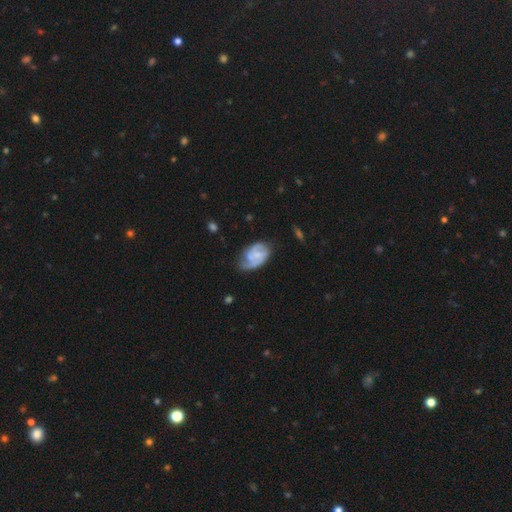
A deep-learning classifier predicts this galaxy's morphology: Overall: featured or disk (75%). Edge-on disk: no (97%). Bar: no (52%; weak 40%). Spiral arms: yes (93%). Spiral arm count: 2 (65%). Spiral winding: medium (44%; tight 39%). Bulge size: small (49%; moderate 26%). Merging: none (56%; minor disturbance 29%).